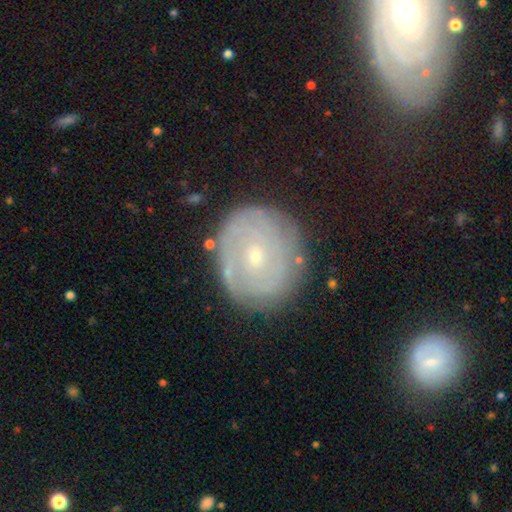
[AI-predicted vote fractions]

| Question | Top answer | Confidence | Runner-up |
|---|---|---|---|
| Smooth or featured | featured or disk | 65% | smooth (27%) |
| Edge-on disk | no | 97% | yes (3%) |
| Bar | no | 73% | weak (22%) |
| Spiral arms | yes | 71% | no (29%) |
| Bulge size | small | 74% | moderate (22%) |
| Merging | none | 79% | minor disturbance (15%) |